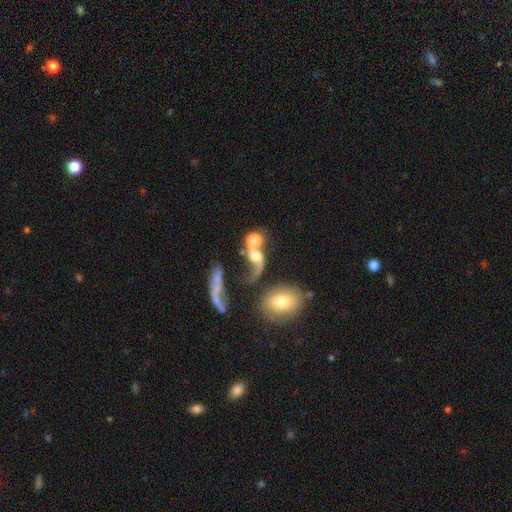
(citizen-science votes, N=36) Overall: featured or disk (53%; smooth 44%). Edge-on disk: no (89%). Bar: no (82%). Spiral arms: yes (59%; no 41%). Spiral arm count: 1 (50%; 2 40%). Spiral winding: loose (90%). Bulge size: moderate (29%; large 24%). Merging: merger (51%; none 29%).